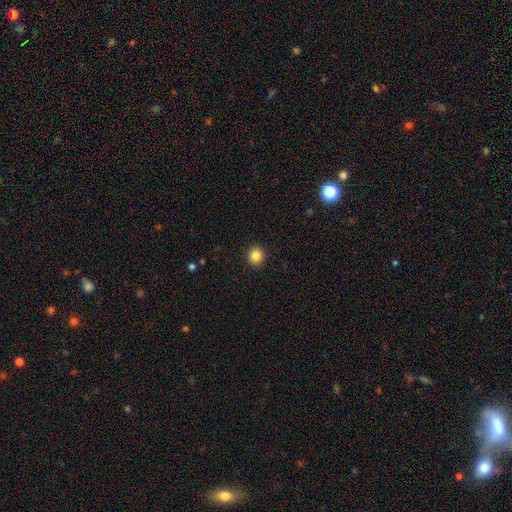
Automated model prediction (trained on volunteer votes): smooth_or_featured: smooth (p=0.85) [alt: star or artifact p=0.10]
how_rounded: round (p=0.87) [alt: in between p=0.12]
merging: none (p=0.93) [alt: minor disturbance p=0.05]